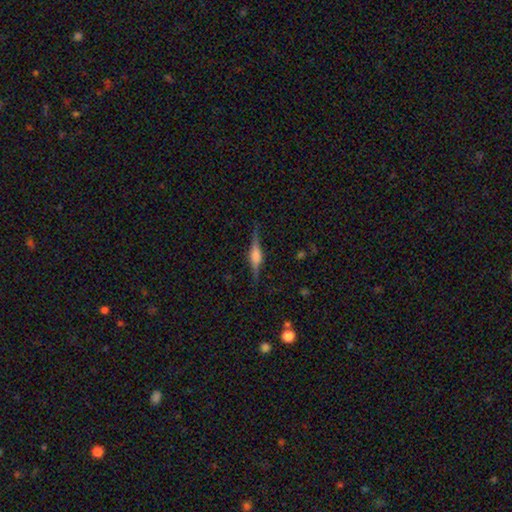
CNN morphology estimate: smooth-or-featured: featured or disk: 75% | smooth: 17% | star or artifact: 8%
  disk-edge-on: yes: 97% | no: 3%
    edge-on-bulge: rounded: 71% | boxy: 25% | none: 4%
  merging: none: 86% | minor disturbance: 10% | major disturbance: 3% | merger: 1%